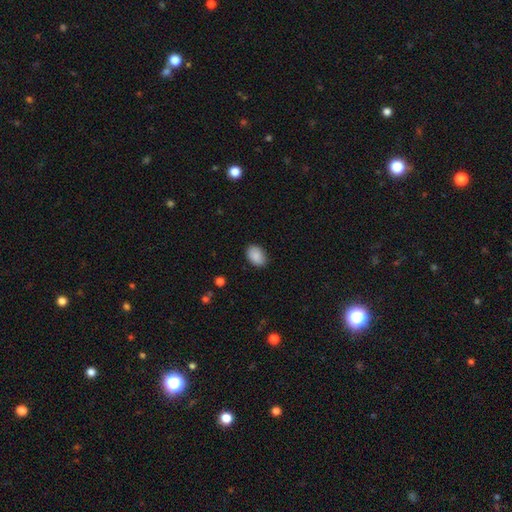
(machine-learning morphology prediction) smooth-or-featured: smooth: 89% | star or artifact: 7% | featured or disk: 4%
  how-rounded: in between: 86% | round: 13% | cigar-shaped: 1%
  merging: none: 85% | minor disturbance: 11% | major disturbance: 2% | merger: 1%